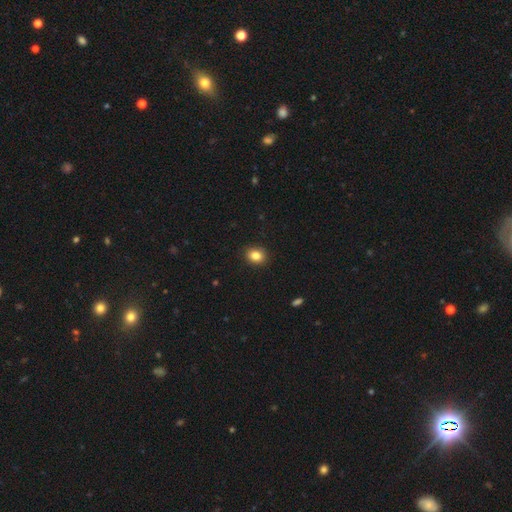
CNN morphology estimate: This appears to be a smooth galaxy with no disk features (84%) that is round (54%). Merging: none (91%).